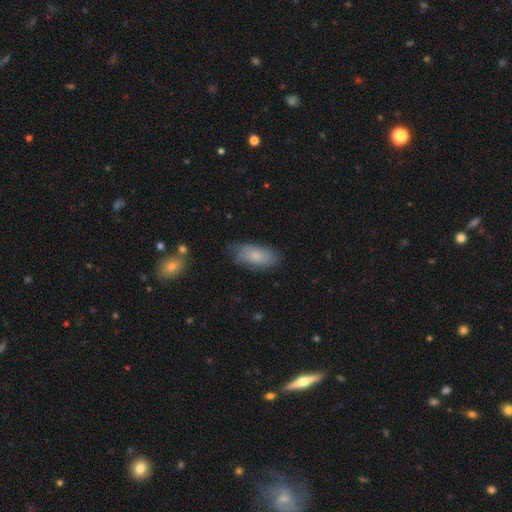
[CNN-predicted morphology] This appears to be a smooth galaxy with no disk features (69%) that is in between round and cigar-shaped (88%). Merging: none (65%).